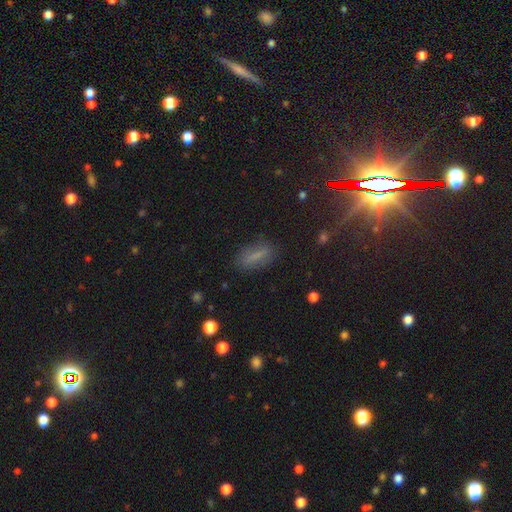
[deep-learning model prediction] Smooth or featured? smooth (67%)
How rounded? in between (57%)
Merging? none (81%)